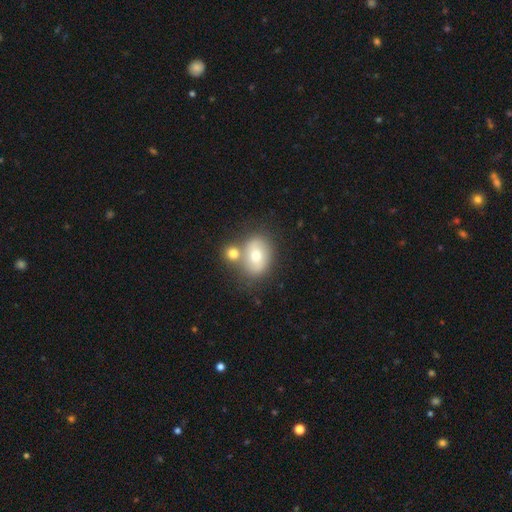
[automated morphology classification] Smooth or featured?
  - smooth: 61% *
  - featured or disk: 30%
  - star or artifact: 9%
How rounded?
  - in between: 68% *
  - round: 31%
  - cigar-shaped: 1%
Merging?
  - none: 54% *
  - merger: 29%
  - minor disturbance: 13%
  - major disturbance: 4%